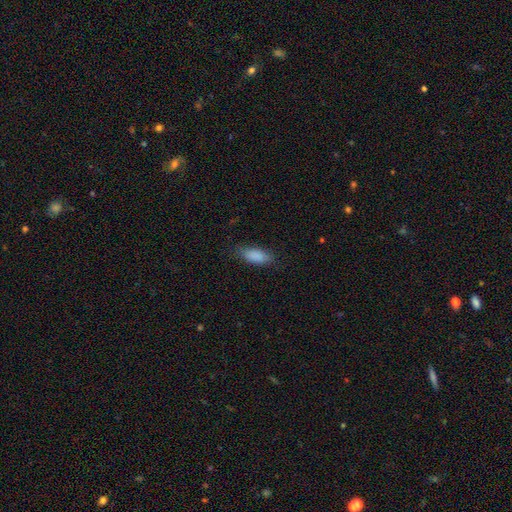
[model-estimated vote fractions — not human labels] Smooth or featured?
  - smooth: 87% *
  - star or artifact: 7%
  - featured or disk: 6%
How rounded?
  - in between: 82% *
  - cigar-shaped: 16%
  - round: 2%
Merging?
  - none: 75% *
  - minor disturbance: 18%
  - major disturbance: 5%
  - merger: 1%